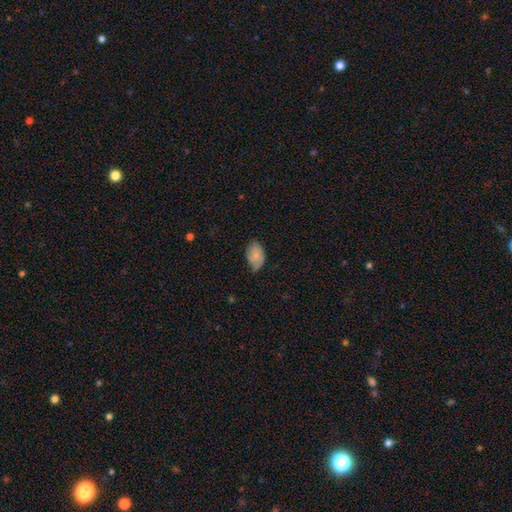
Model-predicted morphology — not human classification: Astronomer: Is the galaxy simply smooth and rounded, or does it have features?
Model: smooth — 76%.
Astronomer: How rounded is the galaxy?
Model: in between — 89%.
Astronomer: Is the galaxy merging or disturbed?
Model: none — 53% (runner-up: minor disturbance, 37%).